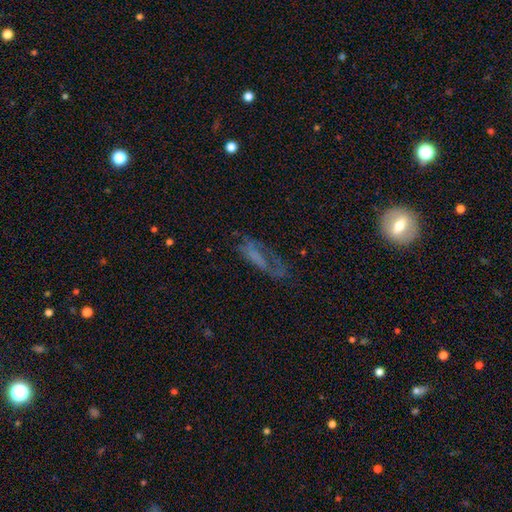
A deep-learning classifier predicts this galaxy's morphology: This is possibly a featured or disk galaxy (46%). Merging: marginally none (40%).